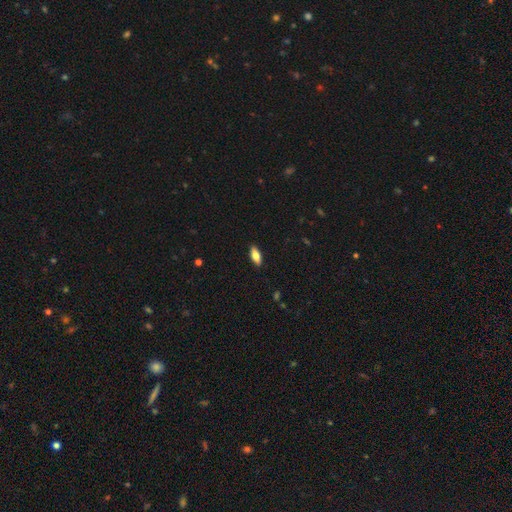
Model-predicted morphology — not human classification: This appears to be a smooth galaxy with no disk features (76%) that is in between round and cigar-shaped (81%). Merging: none (89%).